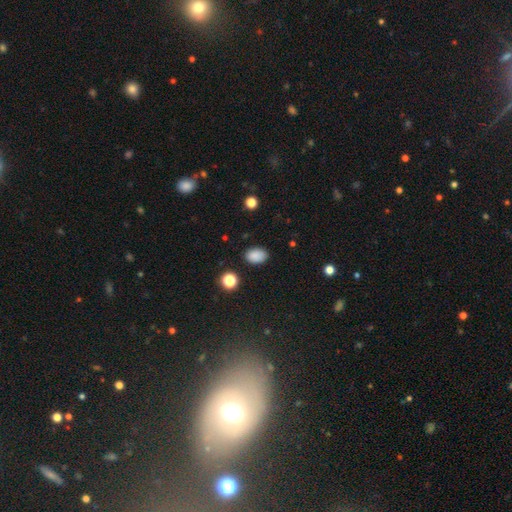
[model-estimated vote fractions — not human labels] Morphology: type=smooth (86%); roundness=in between (83%); merging=none (85%).